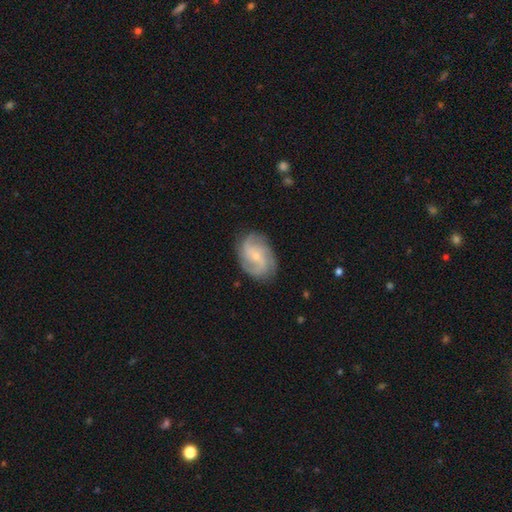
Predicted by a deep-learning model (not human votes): Overall: featured or disk (85%). Edge-on disk: no (98%). Bar: no (53%; weak 39%). Spiral arms: yes (97%). Spiral arm count: 3 (38%; 2 31%). Spiral winding: medium (48%; tight 33%). Bulge size: small (72%). Merging: none (80%).